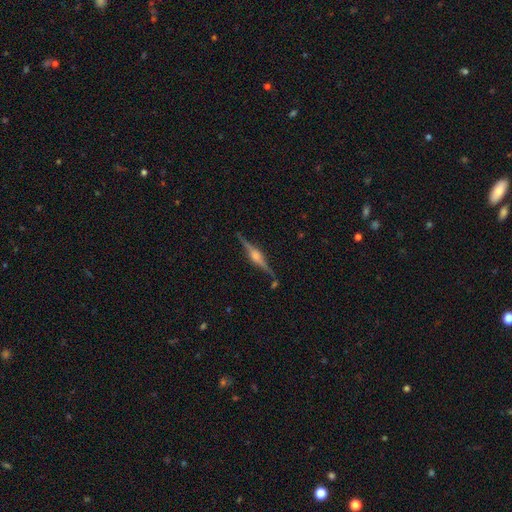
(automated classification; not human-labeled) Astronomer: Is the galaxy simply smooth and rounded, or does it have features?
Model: featured or disk — 87%.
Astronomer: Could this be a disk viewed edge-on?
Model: yes — 98%.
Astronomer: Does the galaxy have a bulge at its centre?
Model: rounded — 88%.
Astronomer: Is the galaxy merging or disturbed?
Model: none — 88%.